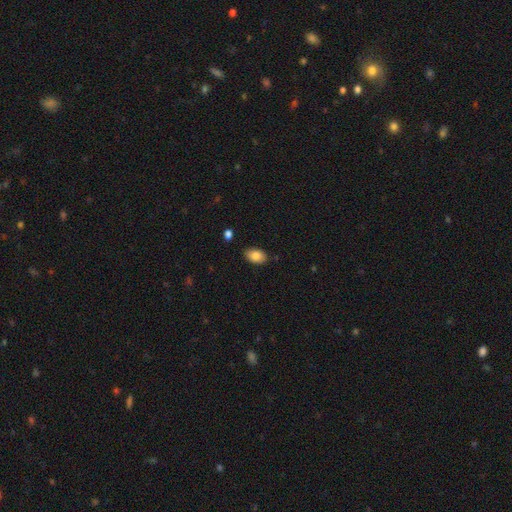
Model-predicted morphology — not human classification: Smooth or featured: smooth — 85% (star or artifact — 7%)
How rounded: in between — 91% (round — 8%)
Merging: none — 83% (minor disturbance — 13%)